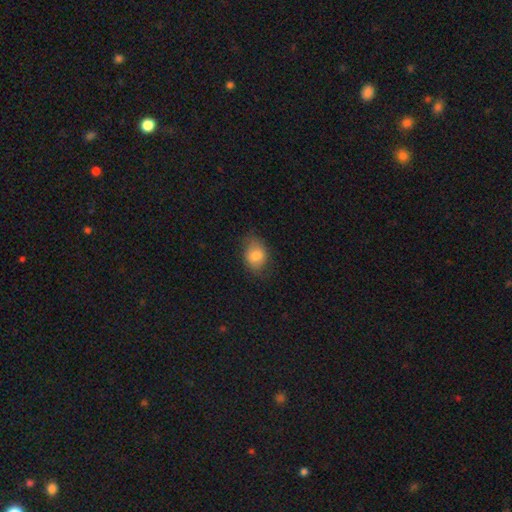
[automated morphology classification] smooth_or_featured: smooth (p=0.80) [alt: featured or disk p=0.12]
how_rounded: in between (p=0.65) [alt: round p=0.34]
merging: none (p=0.71) [alt: minor disturbance p=0.22]